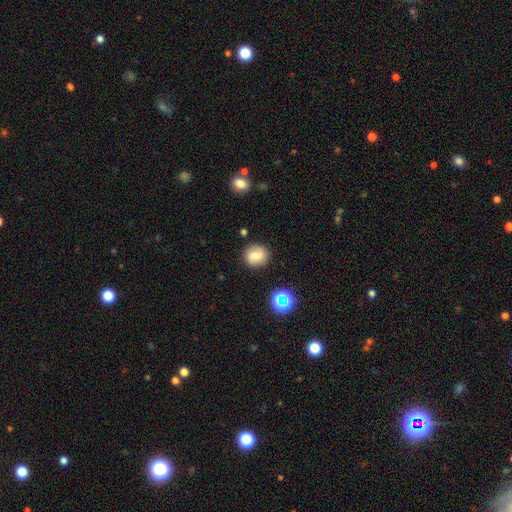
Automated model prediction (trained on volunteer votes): The model was most divided on "smooth or featured": smooth: 64%, featured or disk: 23%, star or artifact: 12%. More confident: merging — none (82%); how rounded — round (79%).